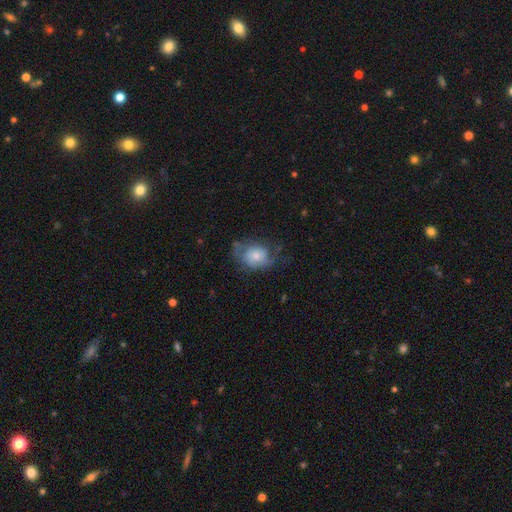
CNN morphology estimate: Smooth or featured? Predicted: smooth (p=0.50). How rounded? Predicted: in between (p=0.62). Merging? Predicted: none (p=0.44).